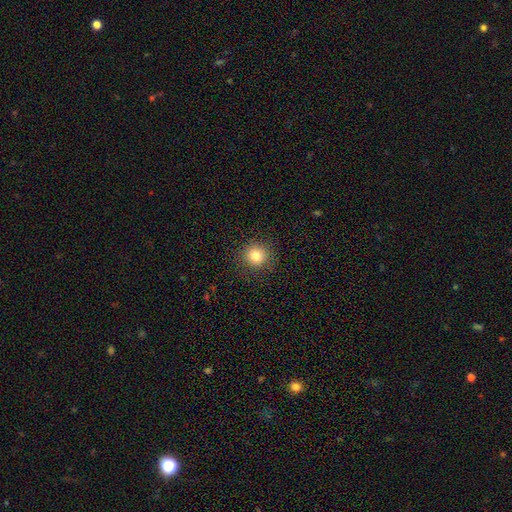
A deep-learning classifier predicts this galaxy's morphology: smooth_or_featured: smooth (p=0.82) [alt: star or artifact p=0.12]
how_rounded: round (p=0.92) [alt: in between p=0.07]
merging: none (p=0.90) [alt: minor disturbance p=0.07]